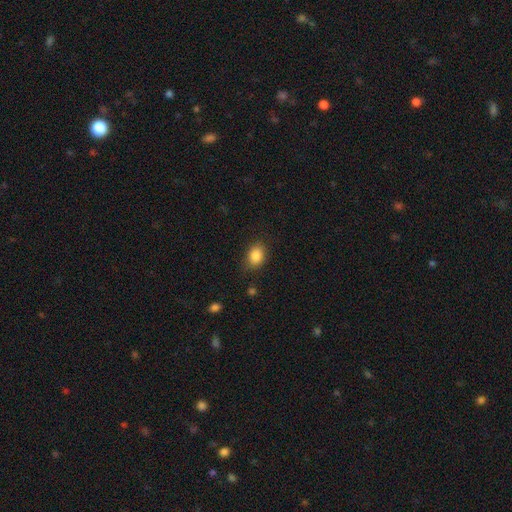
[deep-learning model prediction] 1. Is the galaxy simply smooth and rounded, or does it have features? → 86% smooth, 9% star or artifact, 5% featured or disk.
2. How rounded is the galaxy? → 64% in between, 35% round, 1% cigar-shaped.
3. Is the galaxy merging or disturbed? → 79% none, 15% minor disturbance, 4% major disturbance, 1% merger.